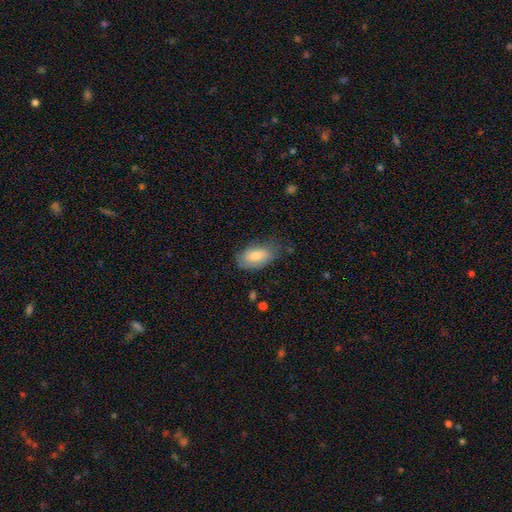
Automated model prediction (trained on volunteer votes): smooth-or-featured: smooth: 75% | featured or disk: 18% | star or artifact: 7%
  how-rounded: in between: 91% | cigar-shaped: 6% | round: 4%
  merging: none: 65% | minor disturbance: 27% | major disturbance: 6% | merger: 2%